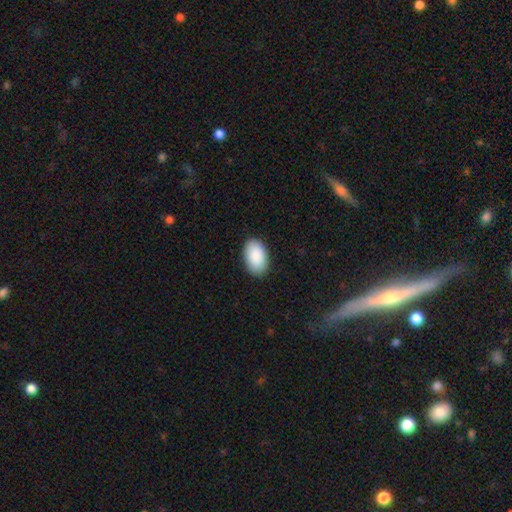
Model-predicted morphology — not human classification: The model was most divided on "merging": none: 89%, minor disturbance: 9%, major disturbance: 2%, merger: 1%. More confident: how rounded — in between (94%); smooth or featured — smooth (91%).